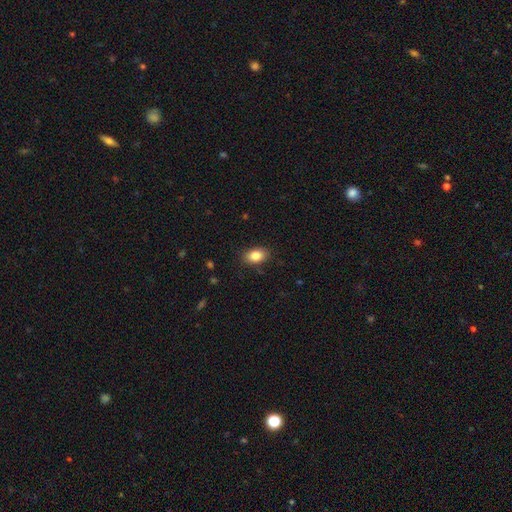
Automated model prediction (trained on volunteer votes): A smooth galaxy with no disk features (85%) that is in between round and cigar-shaped (86%).

Vote fractions:
- Smooth or featured? smooth: 85% / star or artifact: 8% / featured or disk: 7%
- How rounded? in between: 86% / round: 13% / cigar-shaped: 2%
- Merging? none: 85% / minor disturbance: 11% / major disturbance: 3% / merger: 1%